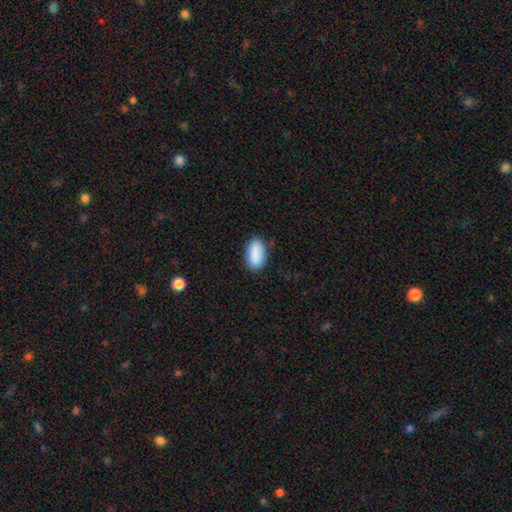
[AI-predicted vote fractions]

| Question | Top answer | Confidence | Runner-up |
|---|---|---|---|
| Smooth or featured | smooth | 90% | star or artifact (7%) |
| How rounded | in between | 93% | round (3%) |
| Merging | none | 83% | minor disturbance (13%) |